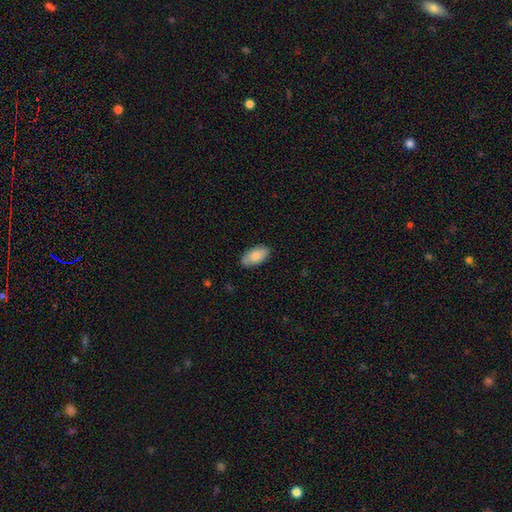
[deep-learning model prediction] A smooth galaxy with no disk features (84%) that is in between round and cigar-shaped (94%).

Vote fractions:
- Smooth or featured? smooth: 84% / featured or disk: 10% / star or artifact: 6%
- How rounded? in between: 94% / cigar-shaped: 3% / round: 2%
- Merging? none: 84% / minor disturbance: 12% / major disturbance: 2% / merger: 1%